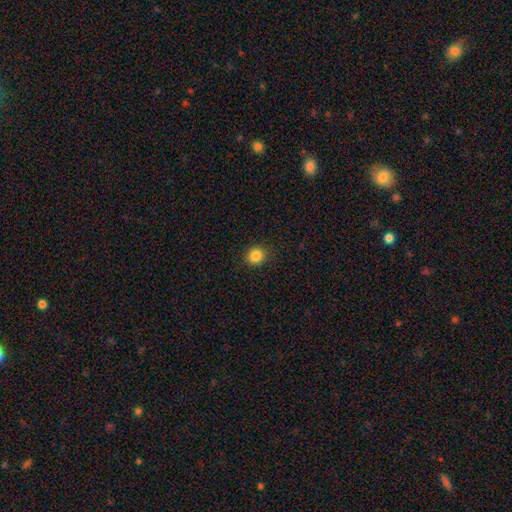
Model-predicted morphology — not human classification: type=smooth (85%); roundness=round (86%); merging=none (90%).